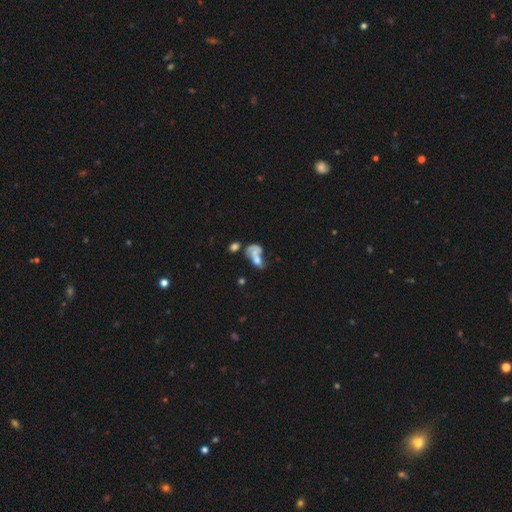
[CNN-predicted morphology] This is marginally a featured or disk galaxy (44%, tied with smooth). Merging: possibly merger (56%).